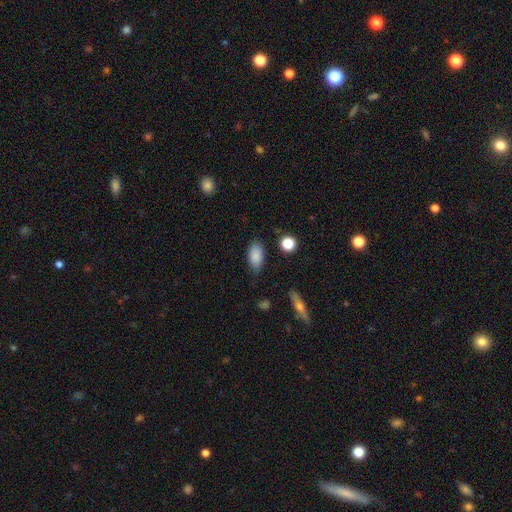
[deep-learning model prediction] A smooth galaxy with no disk features (86%) that is in between round and cigar-shaped (91%). Merging: none (79%).